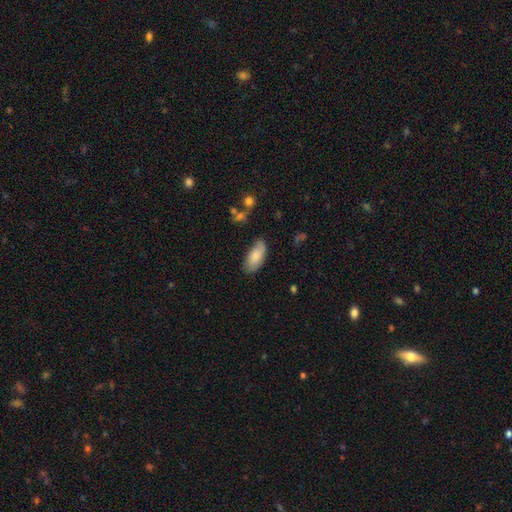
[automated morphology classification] smooth_or_featured: smooth (p=0.77) [alt: featured or disk p=0.17]
how_rounded: in between (p=0.90) [alt: cigar-shaped p=0.08]
merging: none (p=0.69) [alt: minor disturbance p=0.24]